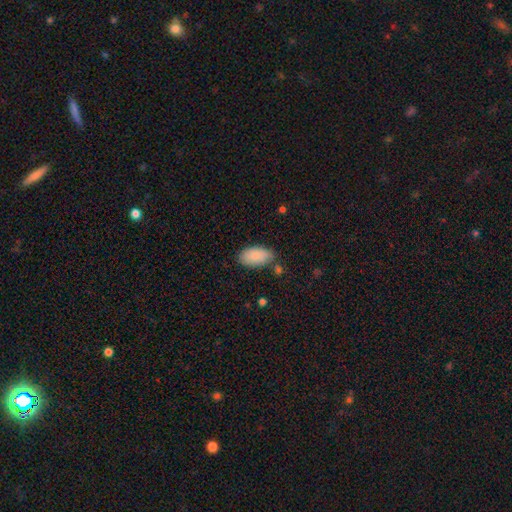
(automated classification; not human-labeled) Smooth or featured?
  - smooth: 86% *
  - featured or disk: 8%
  - star or artifact: 7%
How rounded?
  - in between: 95% *
  - round: 3%
  - cigar-shaped: 2%
Merging?
  - none: 72% *
  - minor disturbance: 19%
  - merger: 5%
  - major disturbance: 4%